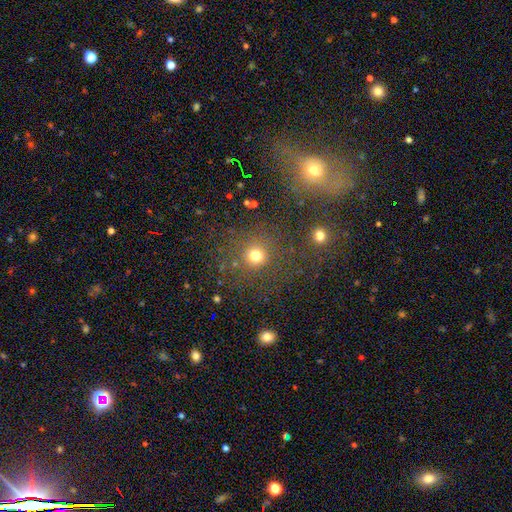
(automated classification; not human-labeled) This is likely a smooth galaxy (70%). How rounded: clearly round (90%). Merging: likely none (78%).